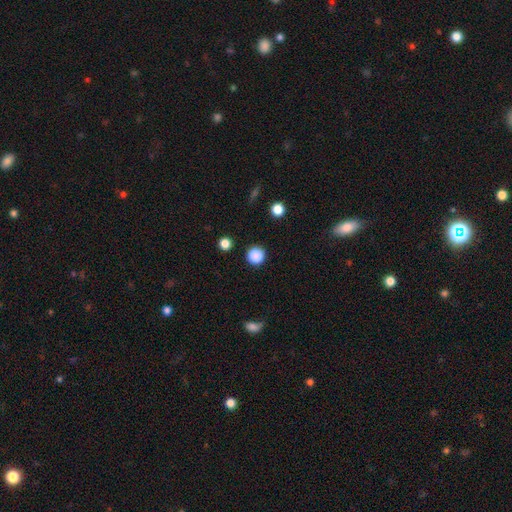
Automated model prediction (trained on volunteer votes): Smooth or featured?
  - smooth: 87% *
  - star or artifact: 10%
  - featured or disk: 3%
How rounded?
  - round: 96% *
  - in between: 3%
  - cigar-shaped: 1%
Merging?
  - none: 91% *
  - minor disturbance: 5%
  - major disturbance: 2%
  - merger: 1%